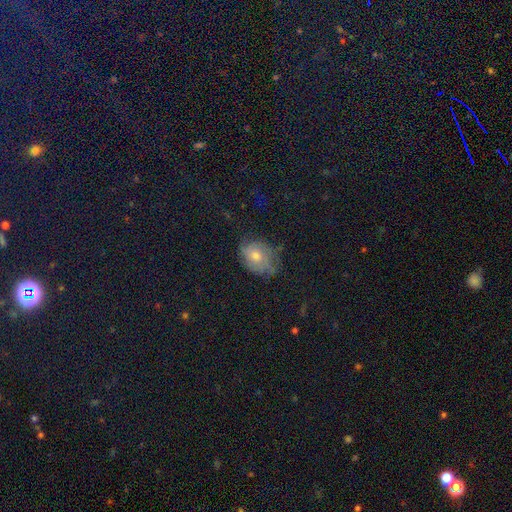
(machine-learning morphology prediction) Smooth or featured: smooth — 54% (featured or disk — 35%)
How rounded: in between — 61% (round — 38%)
Merging: none — 51% (minor disturbance — 31%)